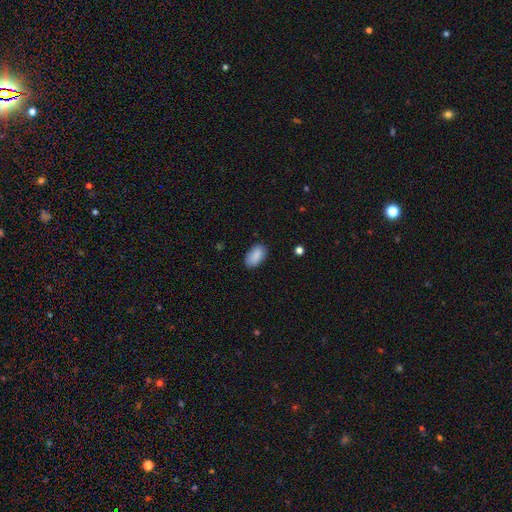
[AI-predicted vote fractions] smooth-or-featured: smooth: 89% | star or artifact: 7% | featured or disk: 5%
  how-rounded: in between: 94% | round: 4% | cigar-shaped: 2%
  merging: none: 84% | minor disturbance: 12% | major disturbance: 3% | merger: 1%